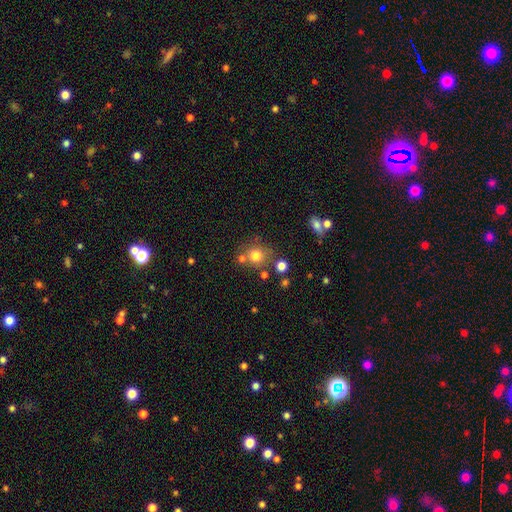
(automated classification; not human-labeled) A smooth galaxy with no disk features (75%) that is round (85%). Merging: none (66%).